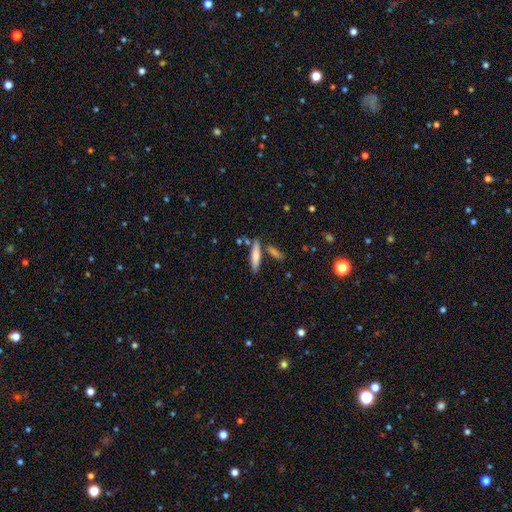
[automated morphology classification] Smooth or featured?
  - smooth: 70% *
  - featured or disk: 24%
  - star or artifact: 6%
How rounded?
  - cigar-shaped: 82% *
  - in between: 16%
  - round: 2%
Merging?
  - none: 73% *
  - minor disturbance: 12%
  - merger: 11%
  - major disturbance: 3%